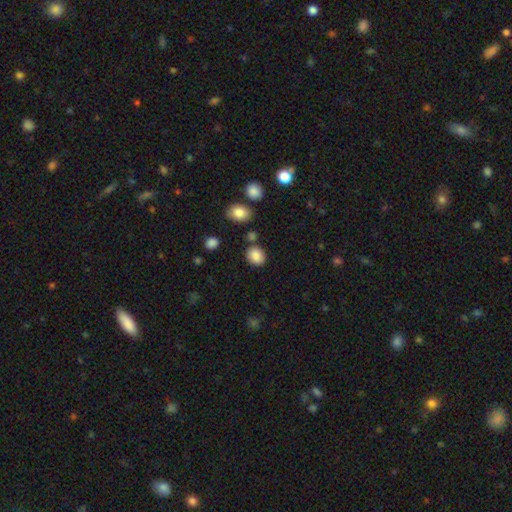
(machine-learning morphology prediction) Smooth or featured: smooth — 86% (star or artifact — 9%)
How rounded: round — 64% (in between — 35%)
Merging: none — 81% (minor disturbance — 10%)